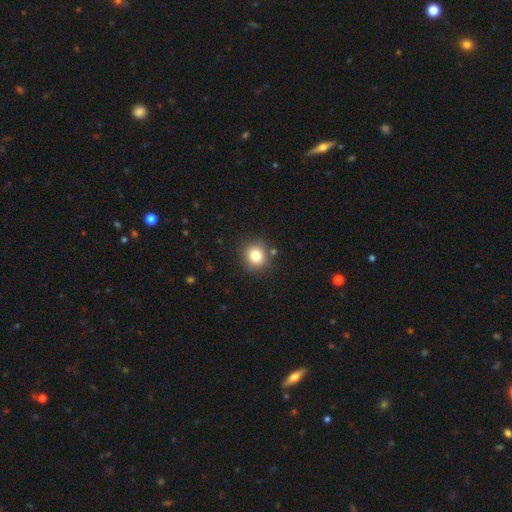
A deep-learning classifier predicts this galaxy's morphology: type=smooth (80%); roundness=round (85%); merging=none (83%).